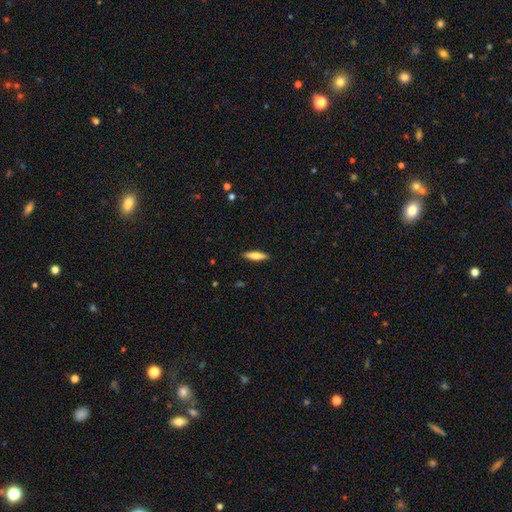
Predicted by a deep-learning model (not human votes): This appears to be a smooth galaxy with no disk features (71%) that is cigar-shaped (72%). Merging: none (89%).